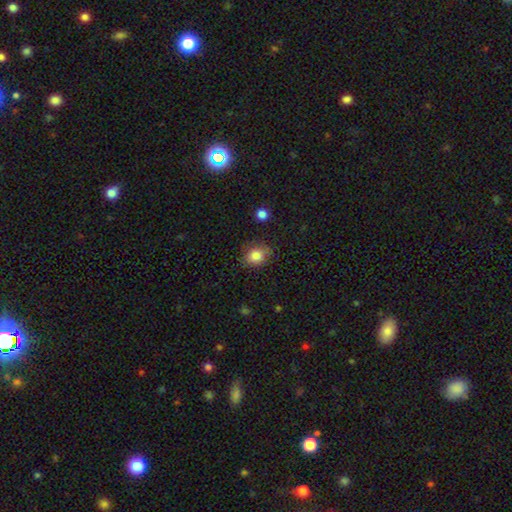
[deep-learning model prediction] Overall: smooth (83%). How rounded: round (58%; in between 41%). Merging: none (78%).